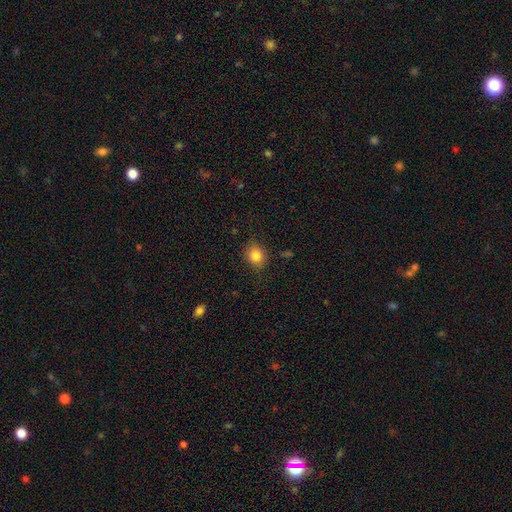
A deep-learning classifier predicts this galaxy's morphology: Smooth or featured: smooth — 83% (star or artifact — 11%)
How rounded: round — 77% (in between — 22%)
Merging: none — 82% (minor disturbance — 13%)